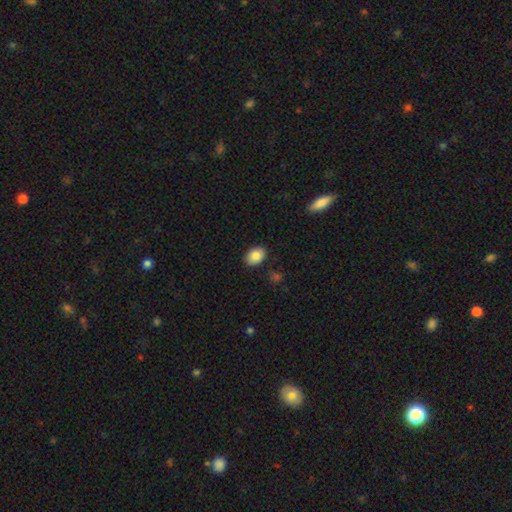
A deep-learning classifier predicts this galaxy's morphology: Smooth or featured? Predicted: smooth (p=0.84). How rounded? Predicted: in between (p=0.80). Merging? Predicted: none (p=0.87).